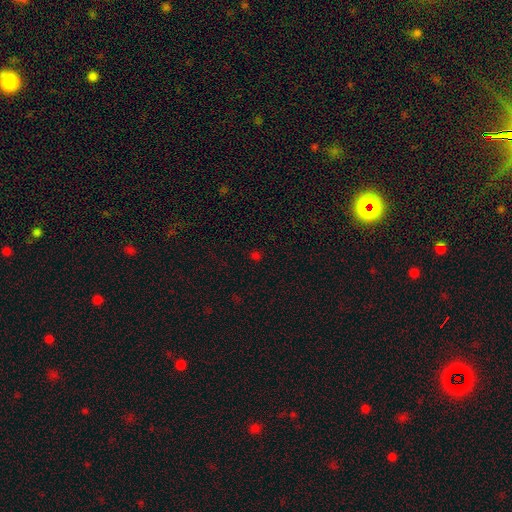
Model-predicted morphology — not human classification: Smooth or featured: smooth — 53% (star or artifact — 42%)
How rounded: round — 81% (in between — 18%)
Merging: none — 83% (minor disturbance — 9%)